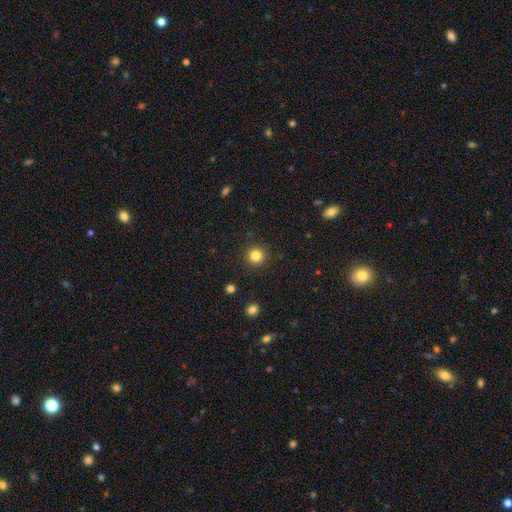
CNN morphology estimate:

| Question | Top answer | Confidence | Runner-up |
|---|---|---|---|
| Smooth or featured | smooth | 83% | star or artifact (12%) |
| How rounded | round | 95% | in between (4%) |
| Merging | none | 92% | minor disturbance (5%) |